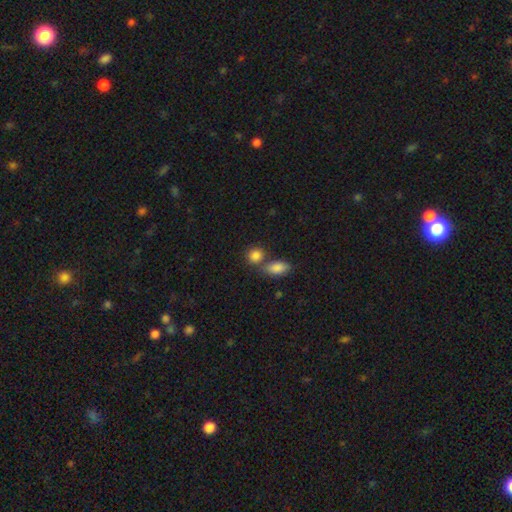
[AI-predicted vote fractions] Smooth or featured: smooth — 86% (star or artifact — 9%)
How rounded: round — 62% (in between — 36%)
Merging: none — 50% (merger — 37%)